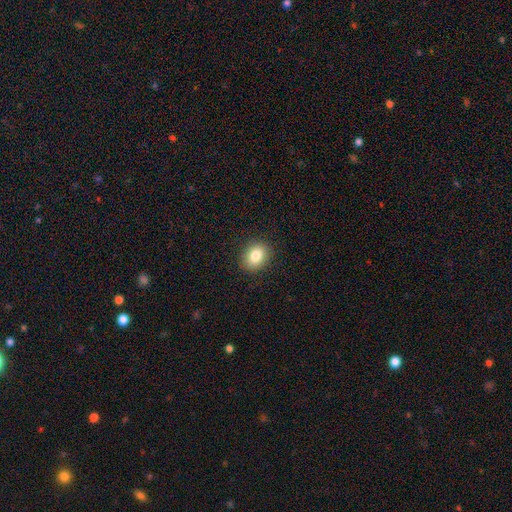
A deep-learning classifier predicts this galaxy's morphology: This appears to be a smooth galaxy with no disk features (83%) that is in between round and cigar-shaped (55%). Merging: none (89%).